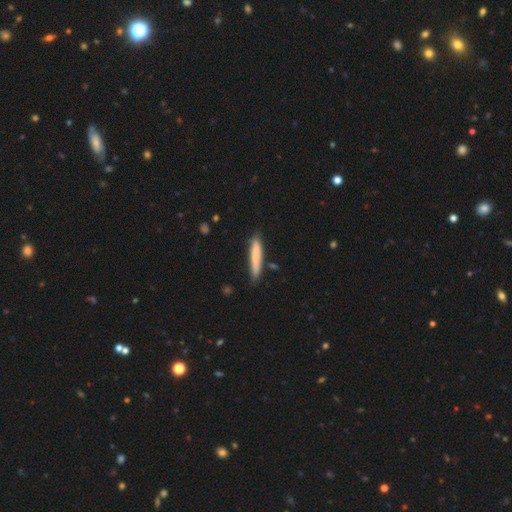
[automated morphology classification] The model was most divided on "smooth or featured": smooth: 77%, featured or disk: 18%, star or artifact: 6%. More confident: how rounded — cigar-shaped (93%); merging — none (81%).